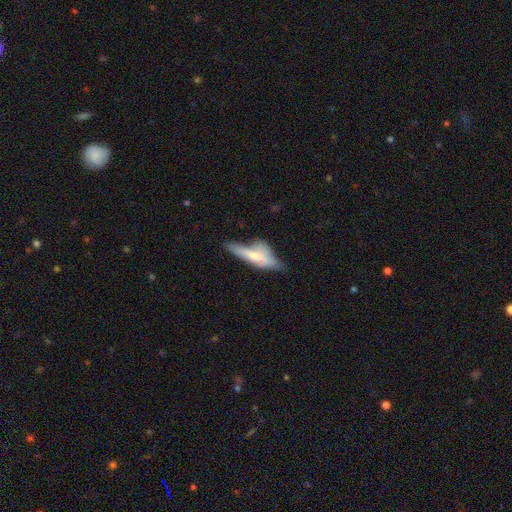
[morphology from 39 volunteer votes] Volunteers were most divided on "merging": major disturbance: 39%, minor disturbance: 32%, none: 26%, merger: 3%. More confident: how rounded — cigar-shaped (67%); smooth or featured — smooth (62%).